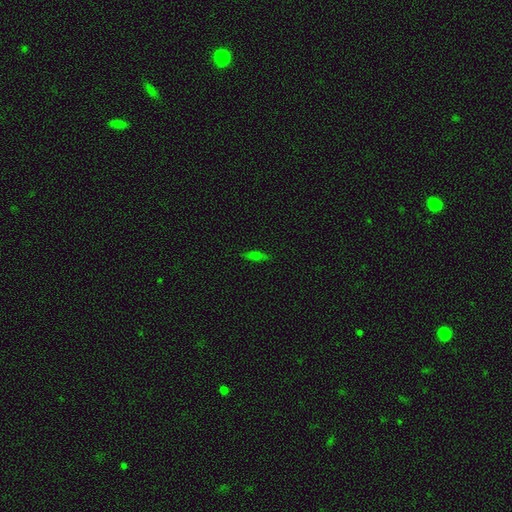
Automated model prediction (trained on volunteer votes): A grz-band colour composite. It shows a smooth galaxy with no disk features (53%) that is cigar-shaped (51%). Merging: none (86%).